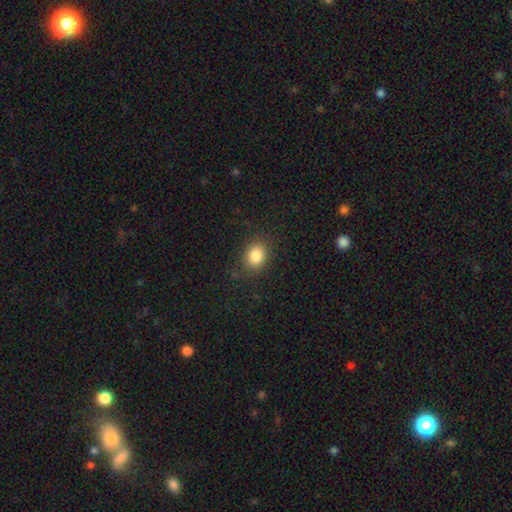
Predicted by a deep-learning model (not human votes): Smooth or featured? smooth (85%)
How rounded? in between (59%)
Merging? none (84%)